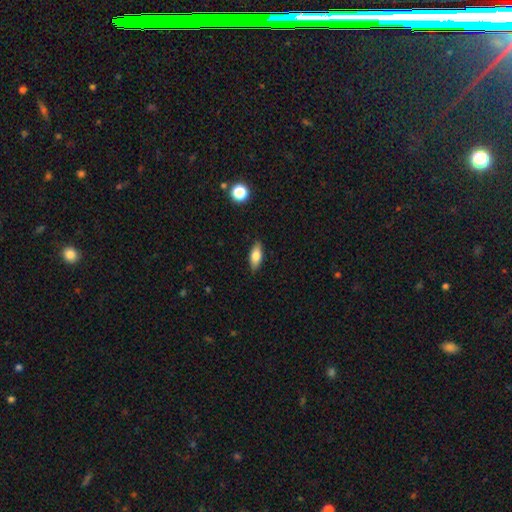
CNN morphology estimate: This is likely a smooth galaxy (76%). How rounded: likely in between (79%). Merging: clearly none (87%).